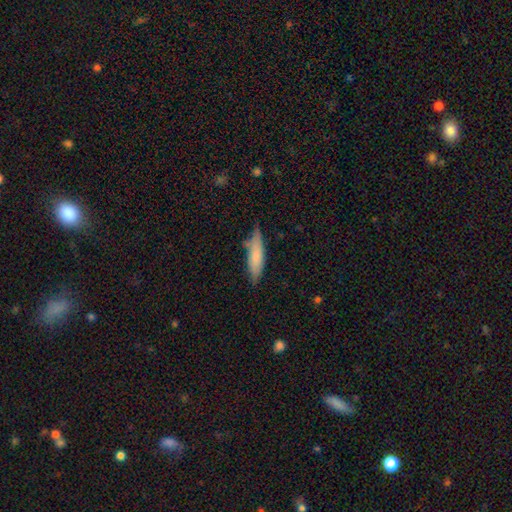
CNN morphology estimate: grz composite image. It shows a smooth galaxy with no disk features (77%) that is cigar-shaped (68%). Merging: none (70%).